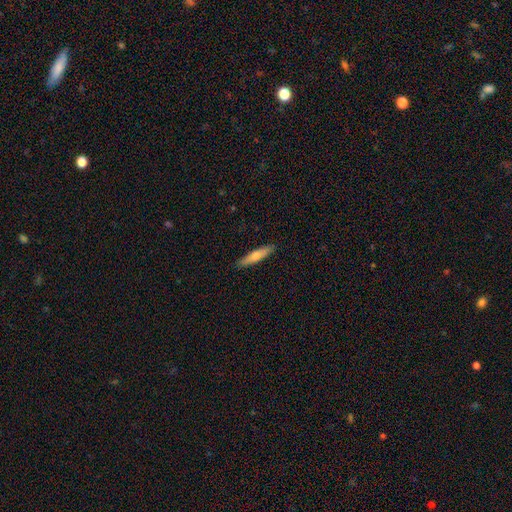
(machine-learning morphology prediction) smooth_or_featured: smooth (p=0.62) [alt: featured or disk p=0.33]
how_rounded: cigar-shaped (p=0.85) [alt: in between p=0.13]
merging: none (p=0.90) [alt: minor disturbance p=0.08]